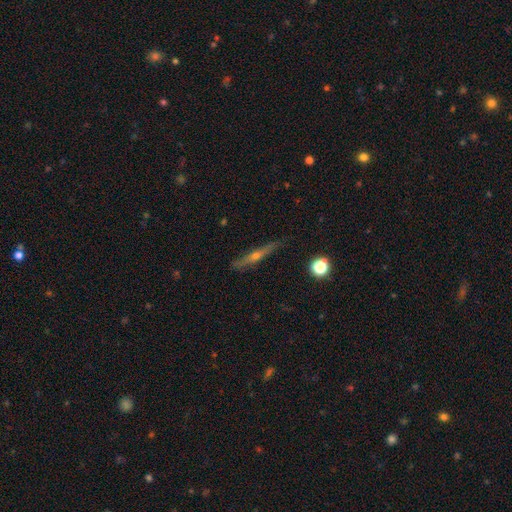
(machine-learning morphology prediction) smooth_or_featured: featured or disk (p=0.67) [alt: smooth p=0.25]
disk_edge_on: yes (p=0.95) [alt: no p=0.05]
edge_on_bulge: rounded (p=0.84) [alt: none p=0.12]
merging: none (p=0.85) [alt: minor disturbance p=0.11]